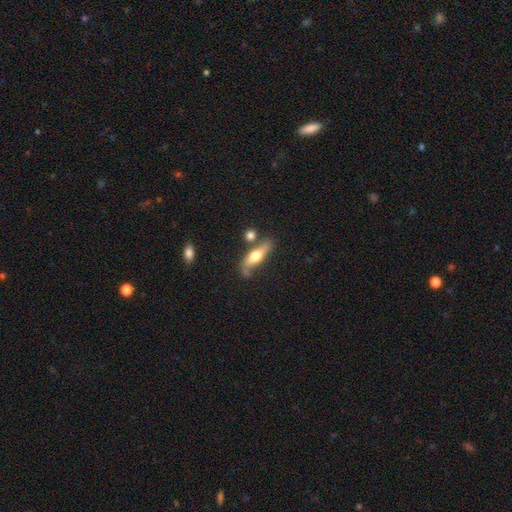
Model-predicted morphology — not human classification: Smooth or featured? Predicted: featured or disk (p=0.50). Merging? Predicted: none (p=0.67).